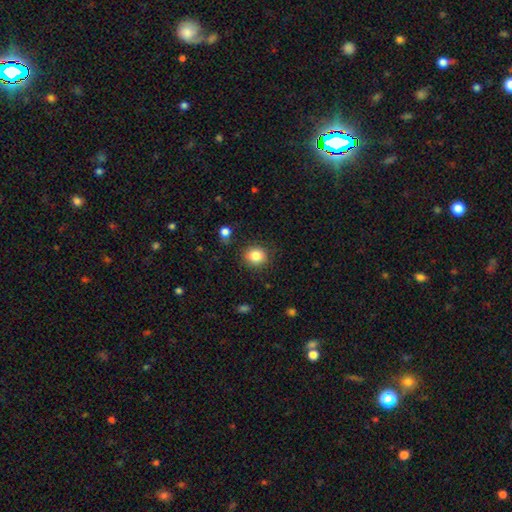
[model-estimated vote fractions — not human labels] A smooth galaxy with no disk features (85%) that is round (78%).

Vote fractions:
- Smooth or featured? smooth: 85% / star or artifact: 10% / featured or disk: 5%
- How rounded? round: 78% / in between: 21% / cigar-shaped: 1%
- Merging? none: 86% / minor disturbance: 9% / major disturbance: 3% / merger: 2%